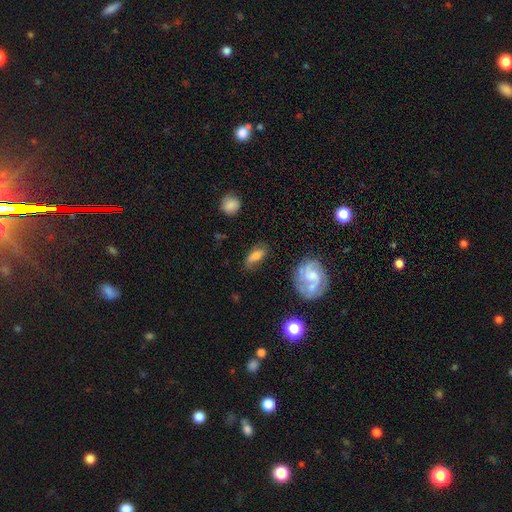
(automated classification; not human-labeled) A smooth galaxy with no disk features (53%) that is in between round and cigar-shaped (80%). Merging: none (62%).